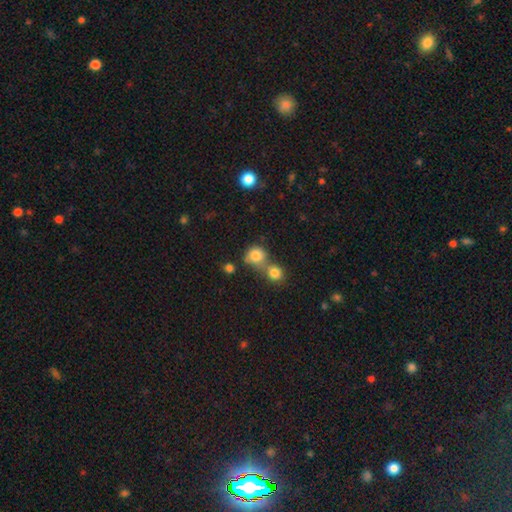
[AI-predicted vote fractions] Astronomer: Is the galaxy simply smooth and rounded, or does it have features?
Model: smooth — 80%.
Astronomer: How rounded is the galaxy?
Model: round — 83%.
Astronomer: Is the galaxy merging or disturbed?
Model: merger — 47% (runner-up: none, 41%).